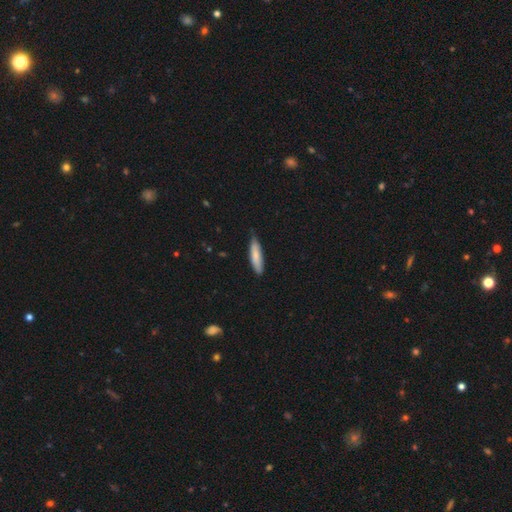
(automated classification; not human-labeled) Q: Smooth or featured?
A: smooth (80%); runner-up: featured or disk (15%)
Q: How rounded?
A: cigar-shaped (73%); runner-up: in between (26%)
Q: Merging?
A: none (74%); runner-up: minor disturbance (22%)